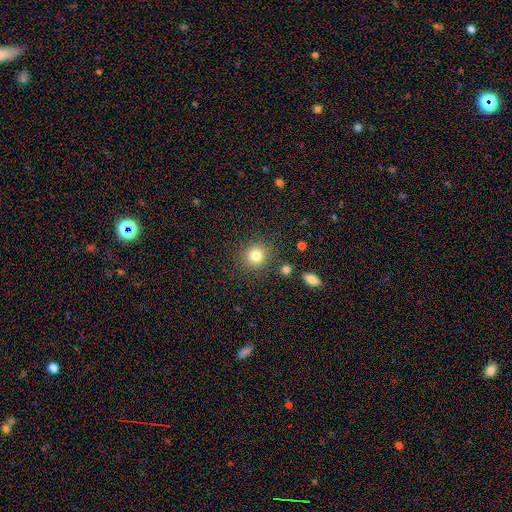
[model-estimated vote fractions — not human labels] Overall: smooth (82%). How rounded: round (89%). Merging: none (86%).